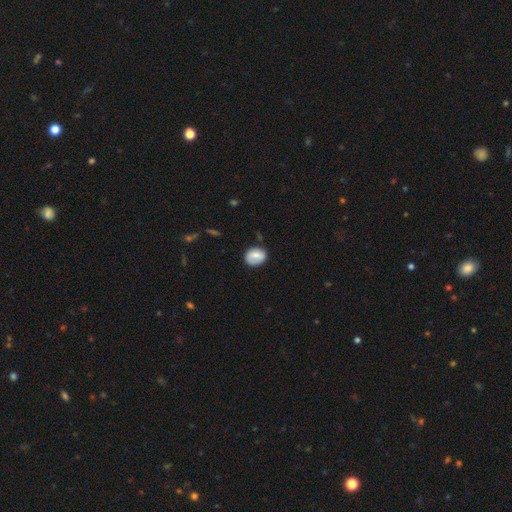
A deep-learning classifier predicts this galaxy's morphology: Smooth or featured: smooth — 72% (featured or disk — 21%)
How rounded: round — 56% (in between — 43%)
Merging: none — 75% (minor disturbance — 19%)